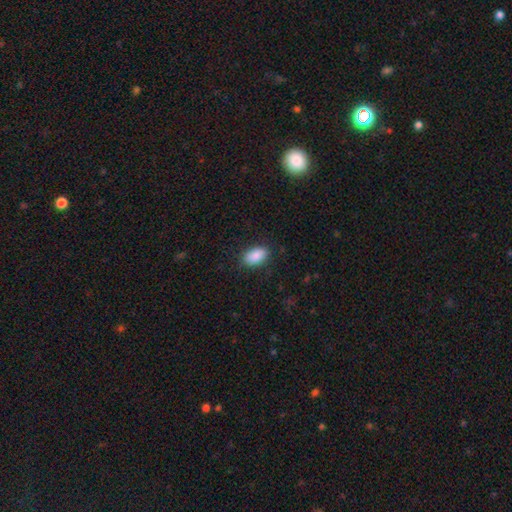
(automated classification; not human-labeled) Smooth or featured: smooth — 88% (star or artifact — 7%)
How rounded: in between — 93% (round — 5%)
Merging: none — 86% (minor disturbance — 10%)